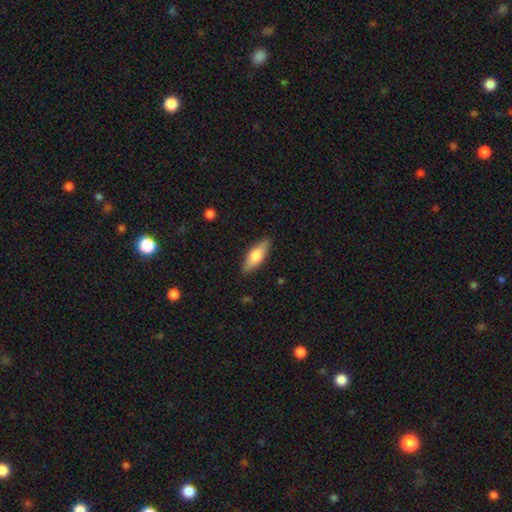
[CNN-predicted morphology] Smooth or featured?
  - smooth: 70% *
  - featured or disk: 25%
  - star or artifact: 6%
How rounded?
  - in between: 65% *
  - cigar-shaped: 33%
  - round: 2%
Merging?
  - none: 87% *
  - minor disturbance: 9%
  - major disturbance: 2%
  - merger: 1%